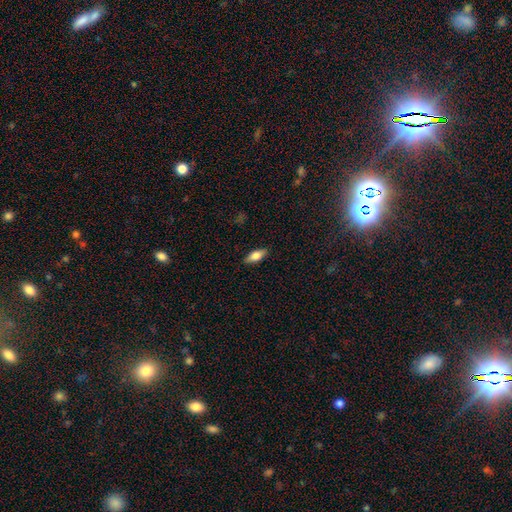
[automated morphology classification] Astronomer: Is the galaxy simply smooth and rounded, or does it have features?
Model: smooth — 75%.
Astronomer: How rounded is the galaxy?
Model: in between — 80%.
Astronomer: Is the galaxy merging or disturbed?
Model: none — 88%.